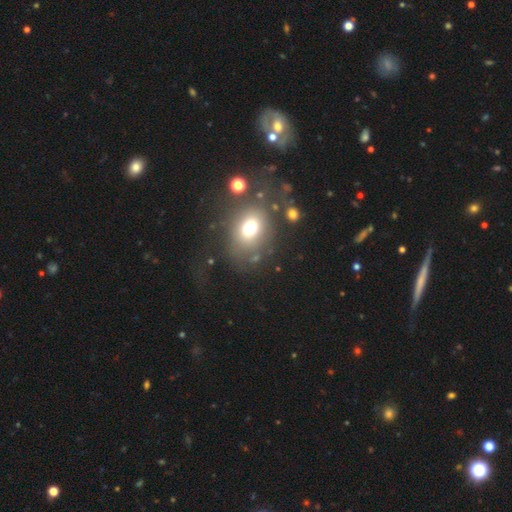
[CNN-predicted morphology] A smooth galaxy with no disk features (57%) that is round (51%). Merging: none (60%).